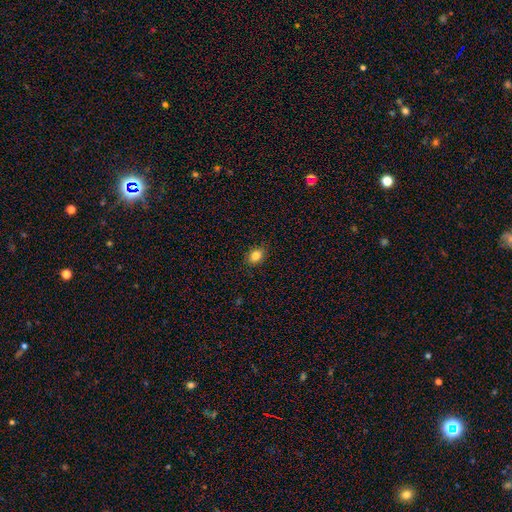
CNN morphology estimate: Overall: smooth (83%). How rounded: in between (64%; round 35%). Merging: none (89%).